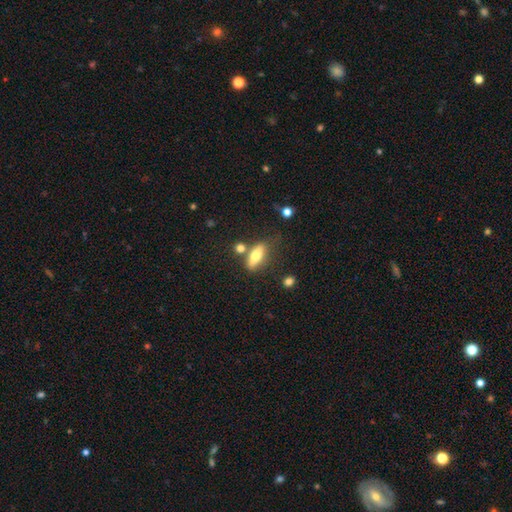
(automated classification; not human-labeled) This is likely a smooth galaxy (68%). How rounded: possibly in between (60%). Merging: likely none (61%).